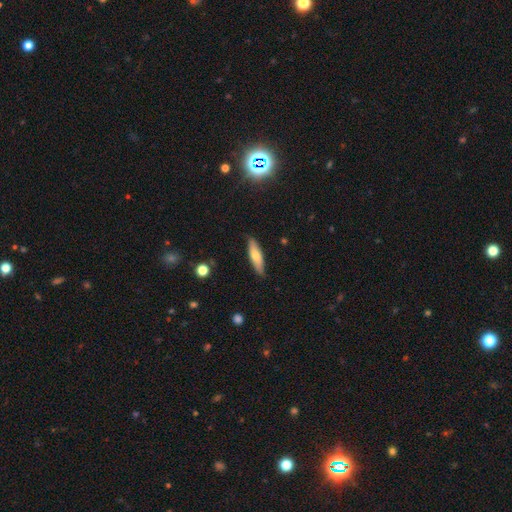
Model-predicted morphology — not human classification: This is likely a smooth galaxy (64%). How rounded: likely cigar-shaped (62%). Merging: clearly none (85%).